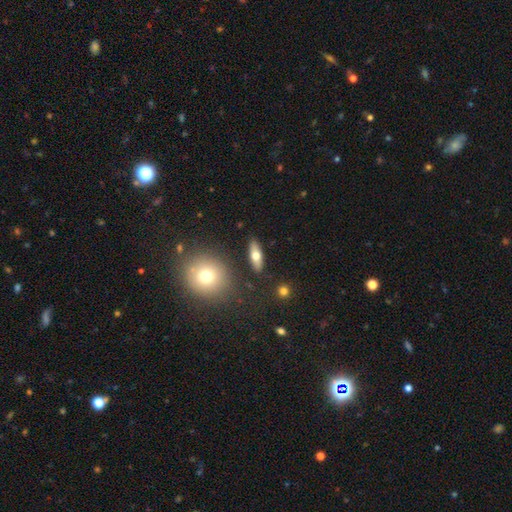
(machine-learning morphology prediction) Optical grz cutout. It shows a smooth galaxy with no disk features (58%) that is in between round and cigar-shaped (53%). Merging: none (87%).